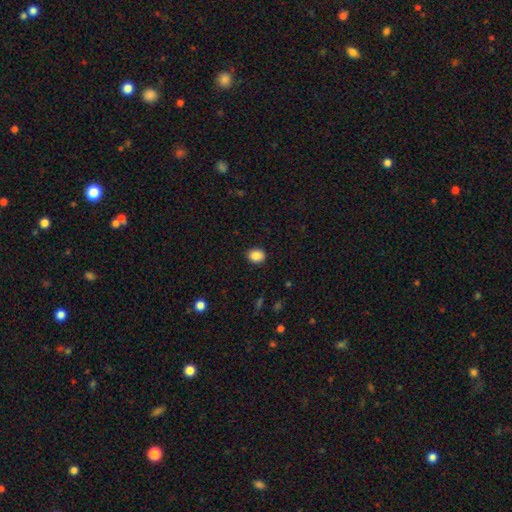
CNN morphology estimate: The model was most divided on "how rounded": round: 62%, in between: 37%, cigar-shaped: 1%. More confident: merging — none (89%); smooth or featured — smooth (87%).